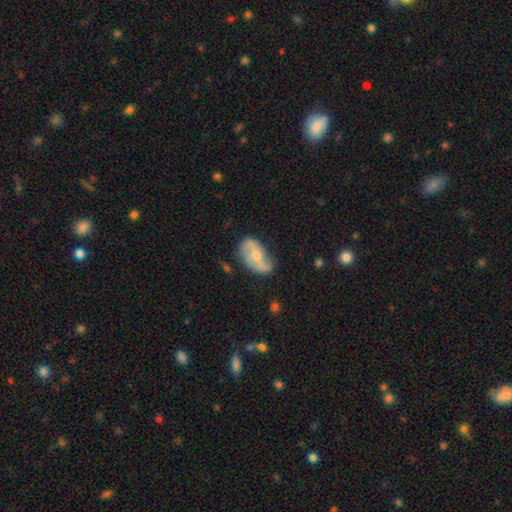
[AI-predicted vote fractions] Smooth or featured: featured or disk — 69% (smooth — 25%)
Edge-on disk: no — 94% (yes — 6%)
Bar: no — 40% (weak — 33%)
Spiral arms: yes — 78% (no — 22%)
Spiral winding: loose — 58% (medium — 28%)
Spiral arm count: 2 — 84% (can't tell — 9%)
Bulge size: moderate — 53% (small — 42%)
Merging: none — 62% (minor disturbance — 26%)